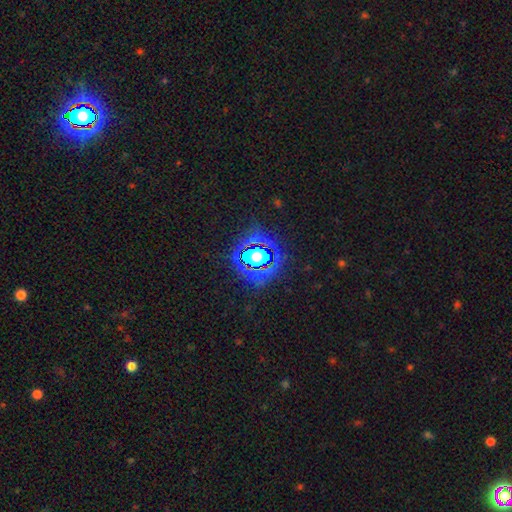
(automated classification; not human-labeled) Morphology: type=star or artifact (81%).